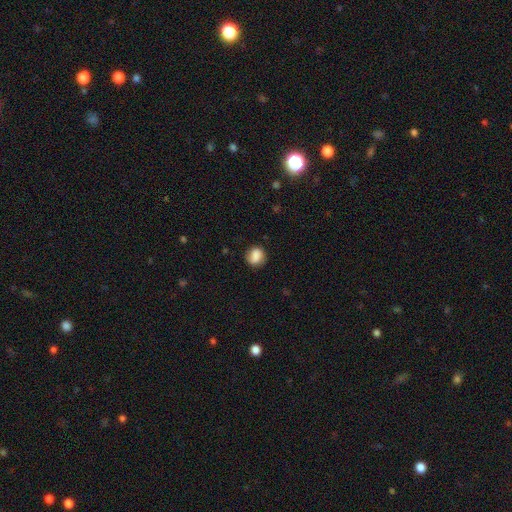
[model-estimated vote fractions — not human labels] Morphology: type=smooth (83%); roundness=round (67%); merging=none (76%).